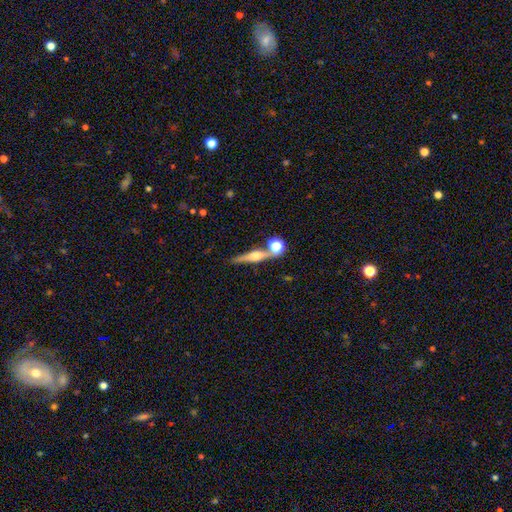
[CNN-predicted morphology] Smooth or featured? Predicted: featured or disk (p=0.66). Edge-on disk? Predicted: yes (p=0.95). Edge-on bulge? Predicted: rounded (p=0.92). Merging? Predicted: none (p=0.71).